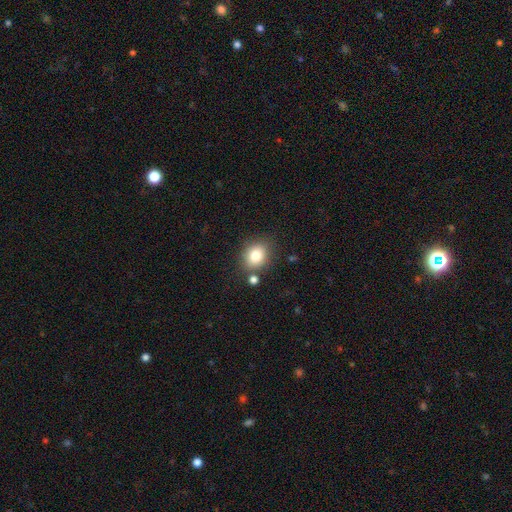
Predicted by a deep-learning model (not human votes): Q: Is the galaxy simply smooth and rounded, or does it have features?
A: smooth — 81%.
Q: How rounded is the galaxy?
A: round — 54%.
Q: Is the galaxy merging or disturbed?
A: none — 76%.